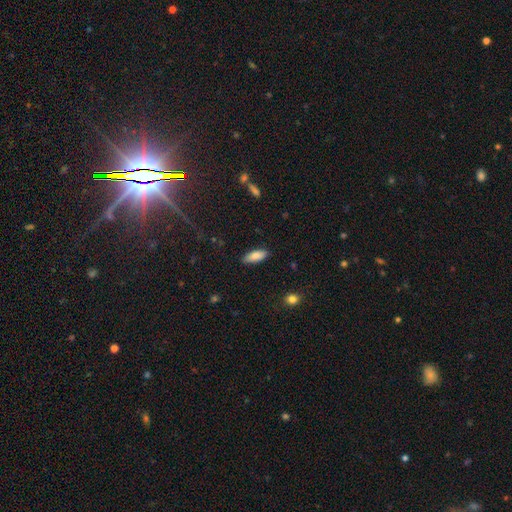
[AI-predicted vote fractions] A smooth galaxy with no disk features (85%) that is in between round and cigar-shaped (74%). Merging: none (87%).